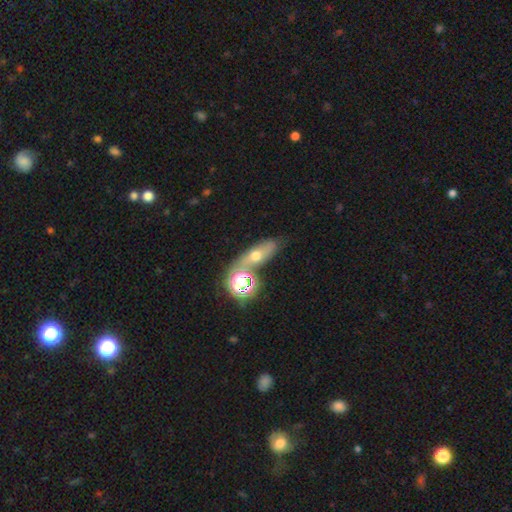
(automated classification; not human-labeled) smooth_or_featured: smooth (p=0.47) [alt: featured or disk p=0.28]
merging: none (p=0.51) [alt: merger p=0.25]